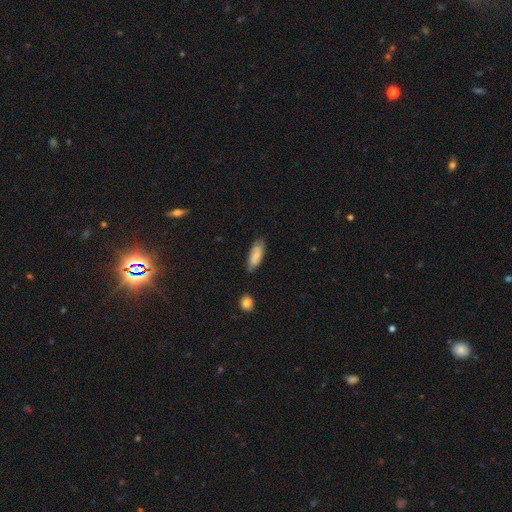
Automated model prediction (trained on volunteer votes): smooth-or-featured: smooth: 67% | featured or disk: 26% | star or artifact: 7%
  how-rounded: in between: 74% | cigar-shaped: 23% | round: 2%
  merging: none: 65% | minor disturbance: 26% | major disturbance: 6% | merger: 3%